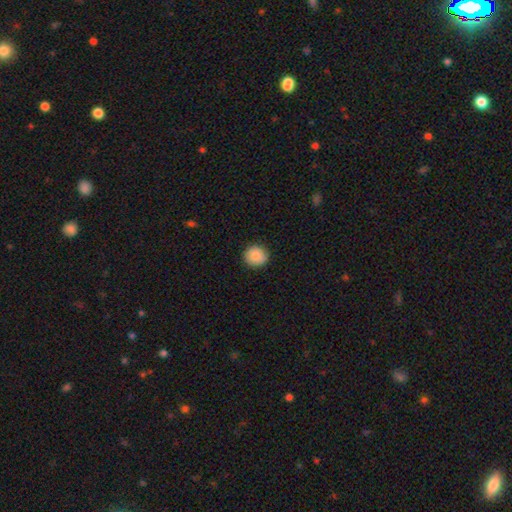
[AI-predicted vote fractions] This appears to be a smooth galaxy with no disk features (88%) that is round (90%). Merging: none (90%).